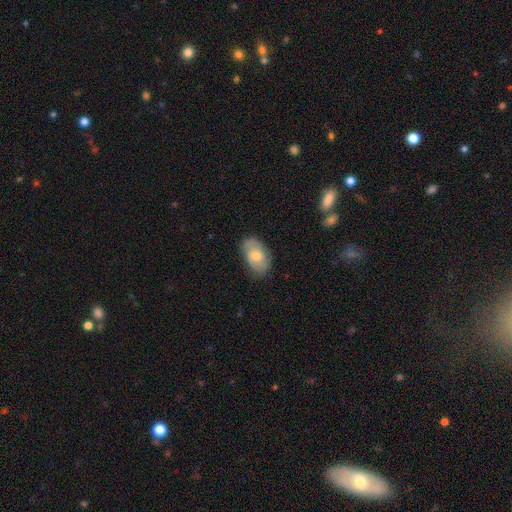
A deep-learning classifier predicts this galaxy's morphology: Smooth or featured? Predicted: smooth (p=0.47). Merging? Predicted: none (p=0.76).